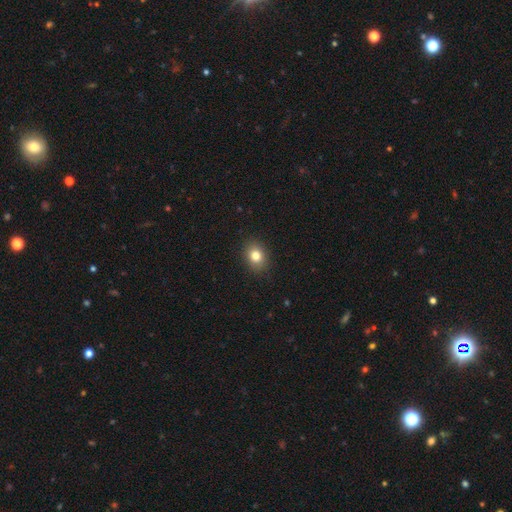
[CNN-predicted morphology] A smooth galaxy with no disk features (81%) that is in between round and cigar-shaped (54%). Merging: none (89%).